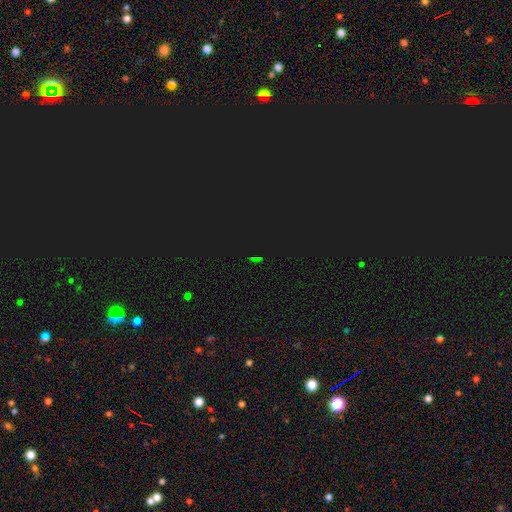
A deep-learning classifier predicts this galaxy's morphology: Smooth or featured?
  - star or artifact: 70% *
  - smooth: 20%
  - featured or disk: 10%